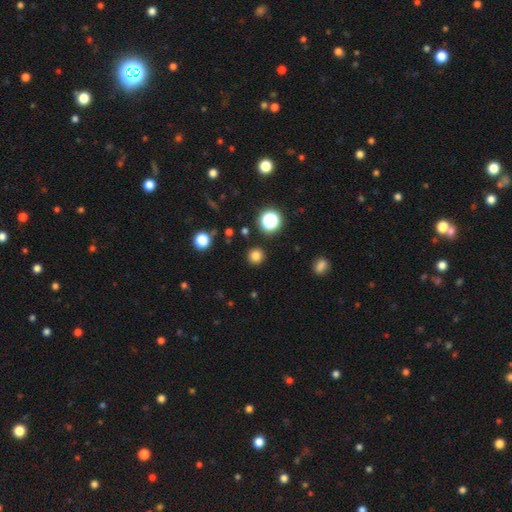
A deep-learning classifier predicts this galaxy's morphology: A smooth galaxy with no disk features (80%) that is round (94%).

Vote fractions:
- Smooth or featured? smooth: 80% / star or artifact: 15% / featured or disk: 4%
- How rounded? round: 94% / in between: 5% / cigar-shaped: 1%
- Merging? none: 91% / minor disturbance: 5% / major disturbance: 2% / merger: 2%